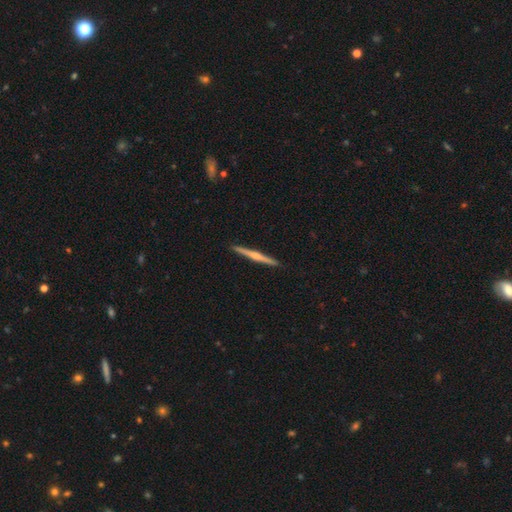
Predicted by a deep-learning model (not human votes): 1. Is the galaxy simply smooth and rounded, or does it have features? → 71% featured or disk, 23% smooth, 5% star or artifact.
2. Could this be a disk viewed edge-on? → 98% yes, 2% no.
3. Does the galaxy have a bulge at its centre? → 81% rounded, 12% none, 6% boxy.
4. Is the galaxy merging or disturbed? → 92% none, 5% minor disturbance, 1% major disturbance, 1% merger.